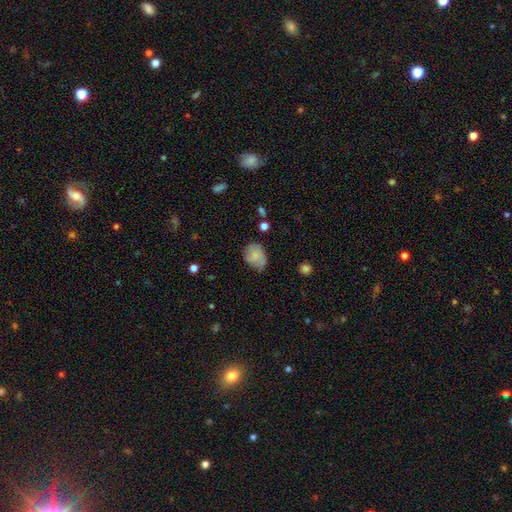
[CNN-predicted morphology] Smooth or featured: smooth — 72% (featured or disk — 20%)
How rounded: in between — 58% (round — 41%)
Merging: none — 54% (minor disturbance — 33%)